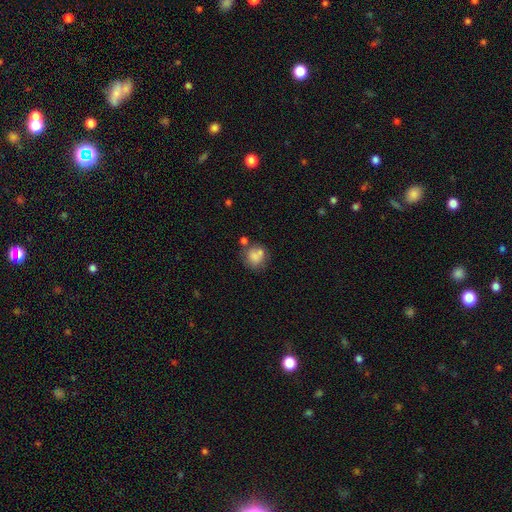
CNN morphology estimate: Overall: smooth (76%). How rounded: round (77%). Merging: none (49%; merger 26%).